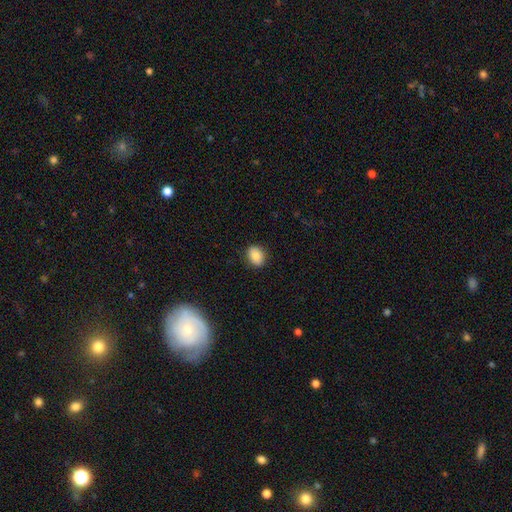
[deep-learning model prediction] Q: Smooth or featured?
A: smooth (85%); runner-up: star or artifact (9%)
Q: How rounded?
A: in between (64%); runner-up: round (34%)
Q: Merging?
A: none (87%); runner-up: minor disturbance (10%)